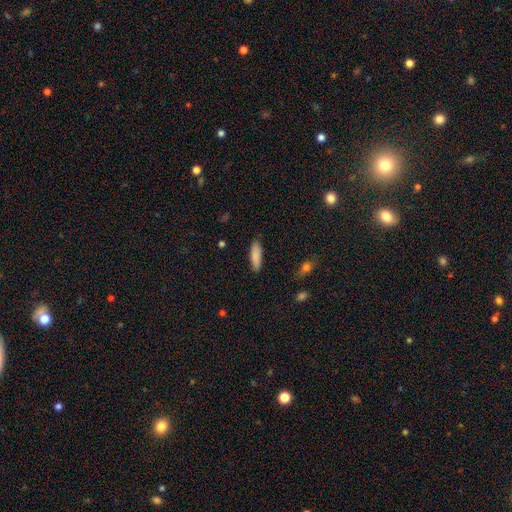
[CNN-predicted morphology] smooth_or_featured: smooth (p=0.87) [alt: featured or disk p=0.07]
how_rounded: cigar-shaped (p=0.52) [alt: in between p=0.46]
merging: none (p=0.87) [alt: minor disturbance p=0.10]